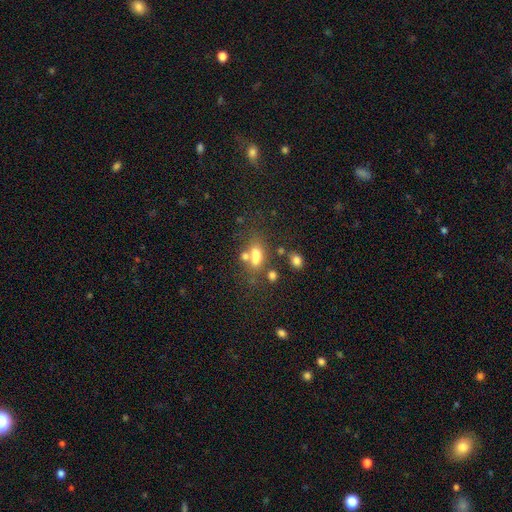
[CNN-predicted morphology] Smooth or featured? smooth (64%)
How rounded? in between (74%)
Merging? merger (41%)